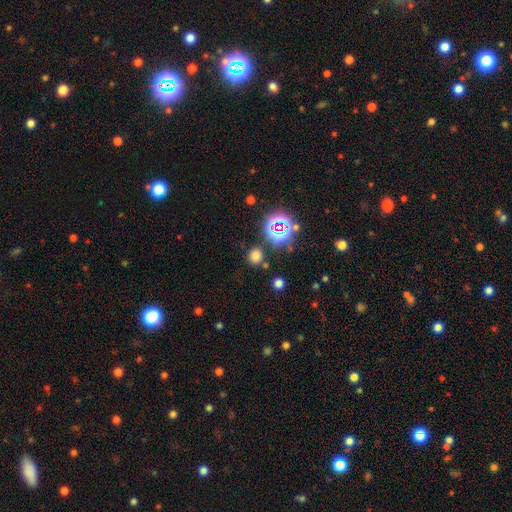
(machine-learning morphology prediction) smooth_or_featured: smooth (p=0.66) [alt: star or artifact p=0.28]
how_rounded: round (p=0.83) [alt: in between p=0.16]
merging: none (p=0.81) [alt: minor disturbance p=0.09]